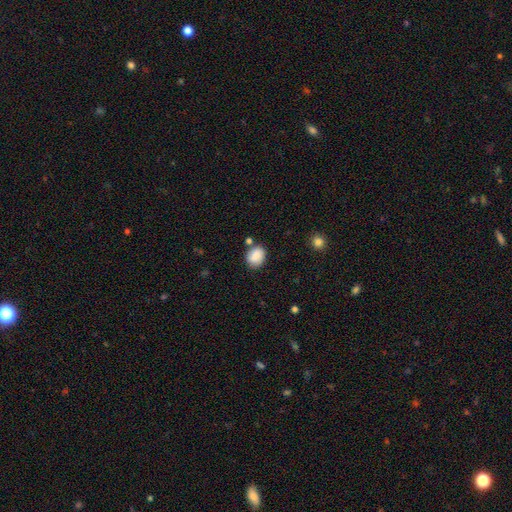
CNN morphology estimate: The model was most divided on "how rounded": round: 51%, in between: 48%, cigar-shaped: 1%. More confident: smooth or featured — smooth (86%); merging — none (74%).